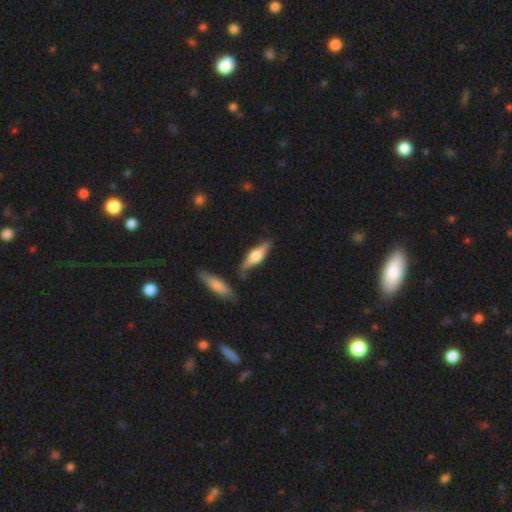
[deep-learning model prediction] Overall: featured or disk (57%; smooth 37%). Edge-on disk: yes (94%). Edge-on bulge: rounded (89%). Merging: none (78%).